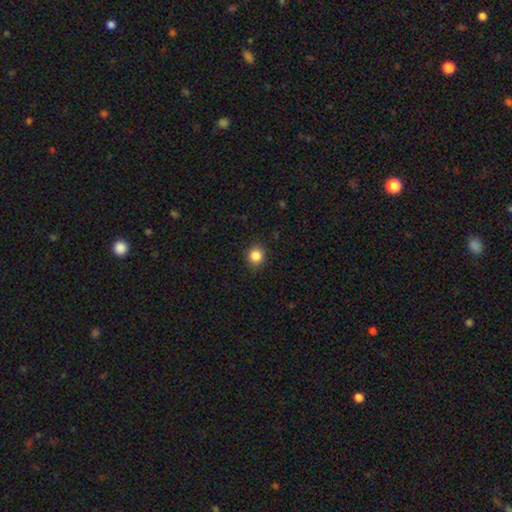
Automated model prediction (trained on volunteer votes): smooth-or-featured: smooth: 85% | star or artifact: 11% | featured or disk: 4%
  how-rounded: round: 82% | in between: 17% | cigar-shaped: 1%
  merging: none: 89% | minor disturbance: 8% | major disturbance: 2% | merger: 1%